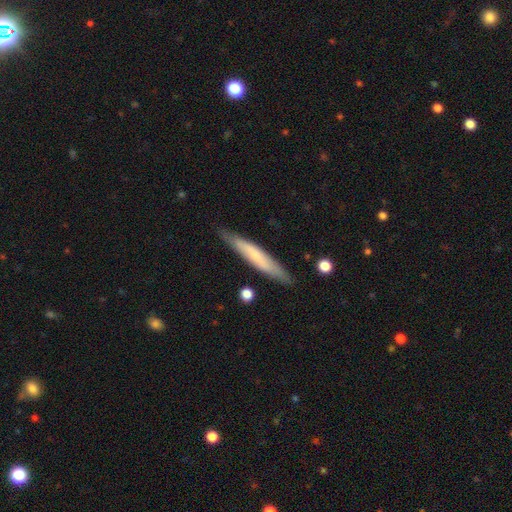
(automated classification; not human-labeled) Q: Smooth or featured?
A: smooth (57%); runner-up: featured or disk (37%)
Q: How rounded?
A: cigar-shaped (92%); runner-up: in between (6%)
Q: Merging?
A: none (84%); runner-up: minor disturbance (12%)